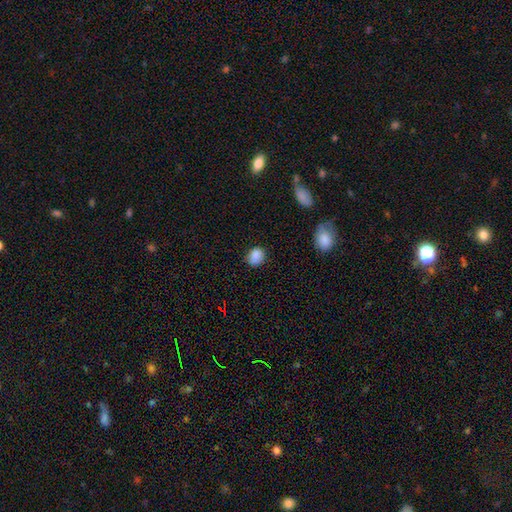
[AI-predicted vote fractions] The model was most divided on "how rounded": round: 60%, in between: 39%, cigar-shaped: 1%. More confident: smooth or featured — smooth (86%); merging — none (78%).